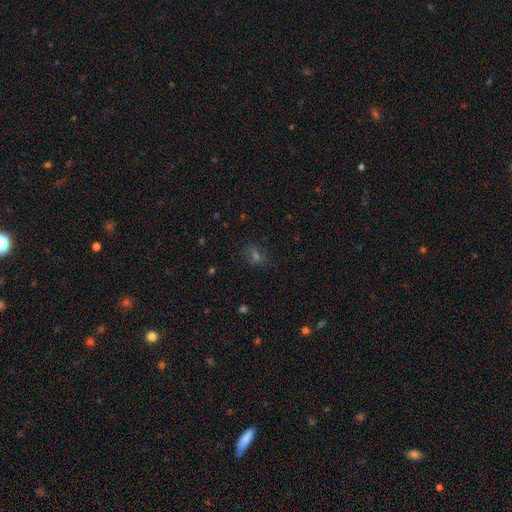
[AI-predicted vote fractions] Smooth or featured? Predicted: smooth (p=0.45). Merging? Predicted: none (p=0.76).